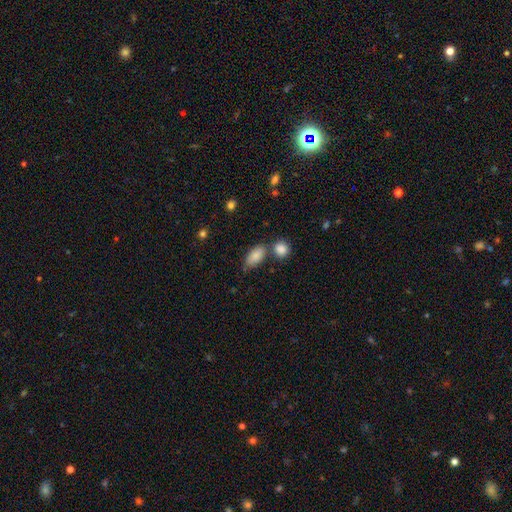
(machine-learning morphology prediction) A smooth galaxy with no disk features (85%) that is in between round and cigar-shaped (90%). Merging: none (63%).